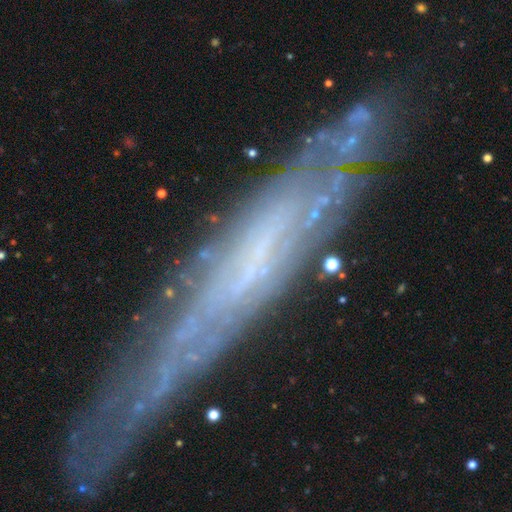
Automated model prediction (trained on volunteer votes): Q: Smooth or featured?
A: featured or disk (68%); runner-up: smooth (21%)
Q: Edge-on disk?
A: yes (67%); runner-up: no (33%)
Q: Merging?
A: none (72%); runner-up: minor disturbance (19%)